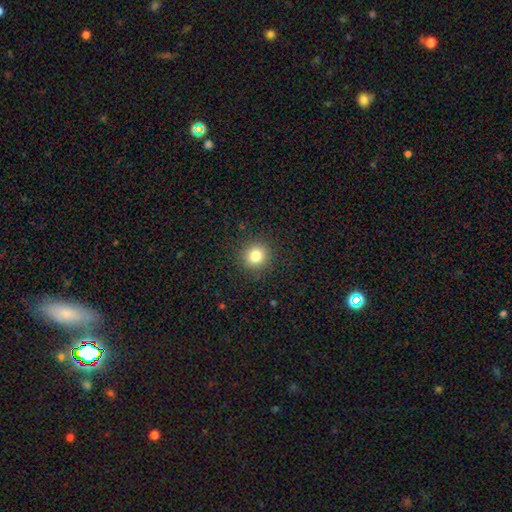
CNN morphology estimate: Smooth or featured?
  - smooth: 81% *
  - star or artifact: 12%
  - featured or disk: 7%
How rounded?
  - round: 92% *
  - in between: 7%
  - cigar-shaped: 1%
Merging?
  - none: 90% *
  - minor disturbance: 6%
  - major disturbance: 2%
  - merger: 1%